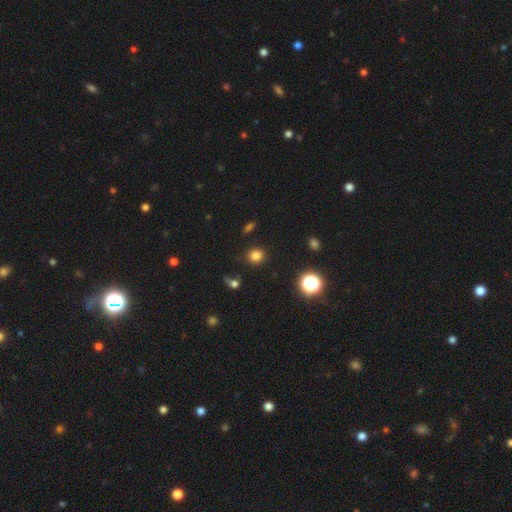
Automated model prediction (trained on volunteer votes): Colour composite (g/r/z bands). It shows a smooth galaxy with no disk features (80%) that is round (83%). Merging: none (87%).